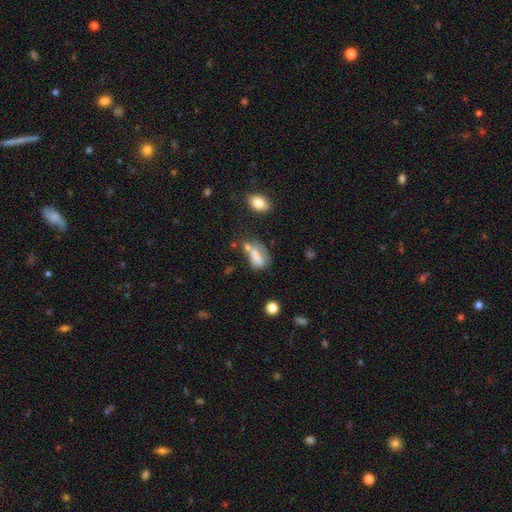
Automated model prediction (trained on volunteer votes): Smooth or featured?
  - smooth: 65% *
  - featured or disk: 24%
  - star or artifact: 12%
How rounded?
  - in between: 77% *
  - cigar-shaped: 13%
  - round: 10%
Merging?
  - merger: 28% * (tied)
  - none: 28% * (tied)
  - major disturbance: 22%
  - minor disturbance: 22%